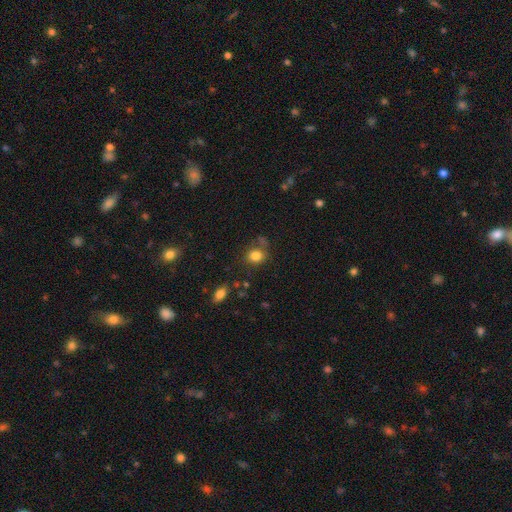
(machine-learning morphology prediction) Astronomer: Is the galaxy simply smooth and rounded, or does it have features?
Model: smooth — 82%.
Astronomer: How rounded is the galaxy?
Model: round — 64%.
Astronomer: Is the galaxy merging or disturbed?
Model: none — 70%.